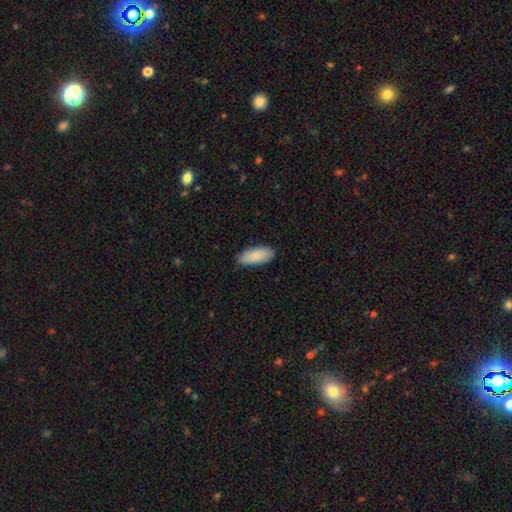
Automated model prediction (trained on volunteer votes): This is clearly a smooth galaxy (87%). How rounded: clearly in between (88%). Merging: clearly none (83%).